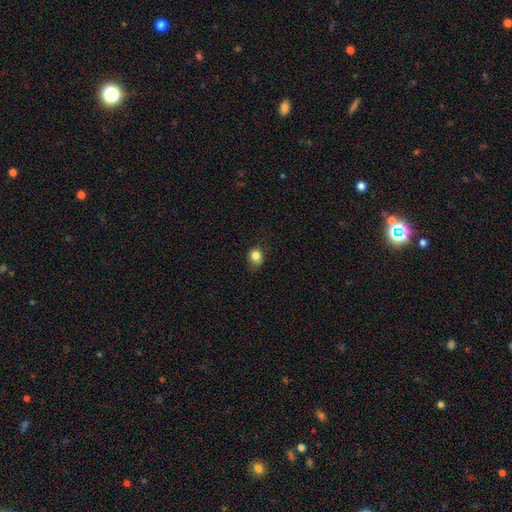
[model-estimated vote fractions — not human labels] Smooth or featured?
  - smooth: 84% *
  - star or artifact: 10%
  - featured or disk: 6%
How rounded?
  - round: 66% *
  - in between: 33%
  - cigar-shaped: 1%
Merging?
  - none: 67% *
  - minor disturbance: 25%
  - major disturbance: 7%
  - merger: 1%